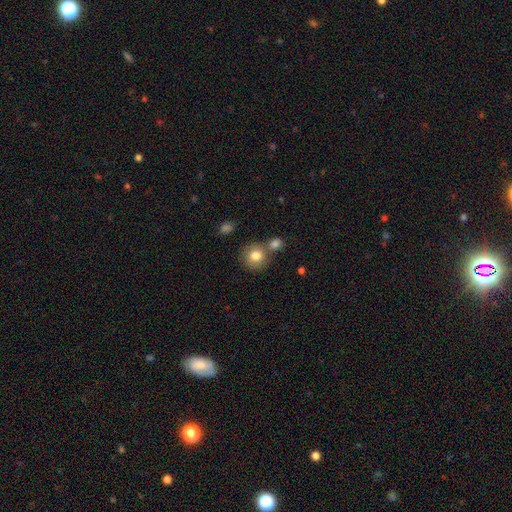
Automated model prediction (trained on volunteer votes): Smooth or featured: smooth — 81% (featured or disk — 11%)
How rounded: round — 87% (in between — 12%)
Merging: none — 60% (merger — 26%)